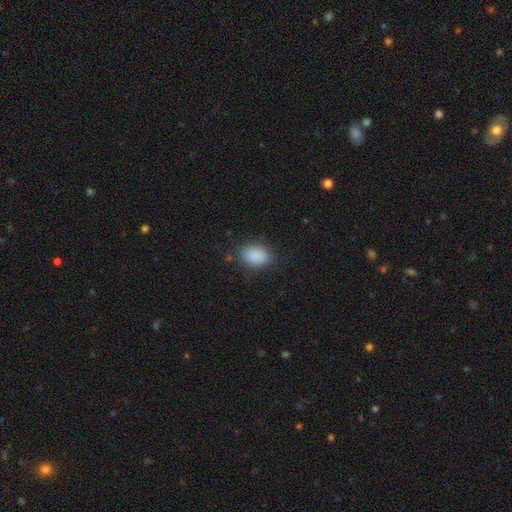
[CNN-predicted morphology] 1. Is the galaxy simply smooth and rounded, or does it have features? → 89% smooth, 8% star or artifact, 3% featured or disk.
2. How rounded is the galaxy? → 79% in between, 20% round, 1% cigar-shaped.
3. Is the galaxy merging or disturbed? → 81% none, 13% minor disturbance, 4% major disturbance, 1% merger.